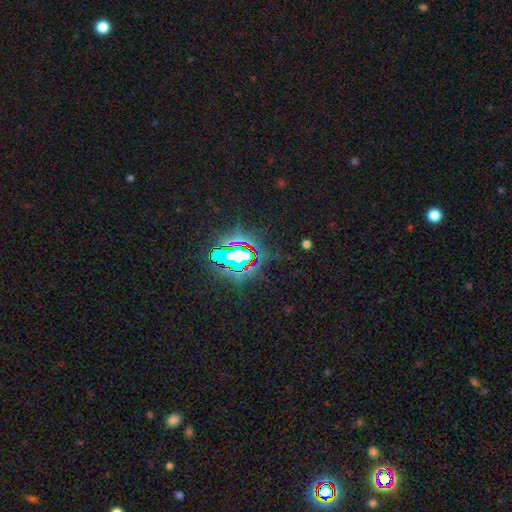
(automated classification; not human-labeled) smooth_or_featured: star or artifact (p=0.85) [alt: smooth p=0.09]